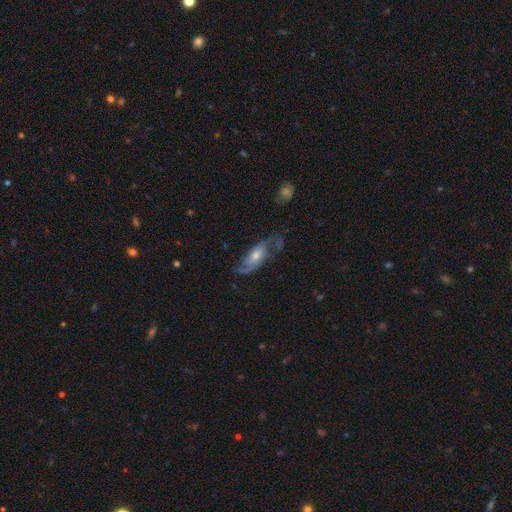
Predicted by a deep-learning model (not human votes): This is clearly a featured or disk galaxy (81%). It is clearly not viewed edge-on (89%). Bar: possibly no (56%). Spiral arm pattern: clearly yes (94%). Spiral arm count: likely 2 (79%). Spiral winding: possibly medium (48%). Central bulge: possibly moderate (59%). Merging: likely none (66%).